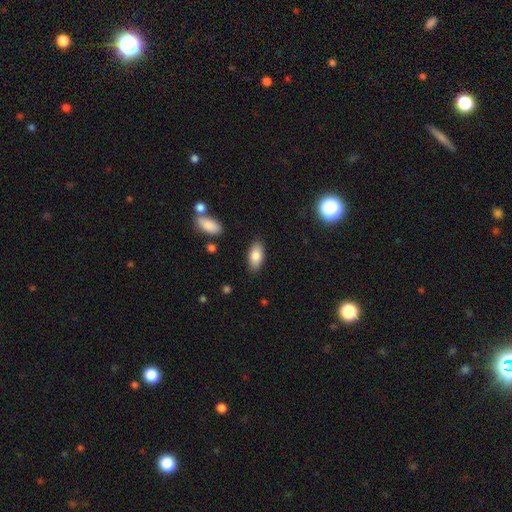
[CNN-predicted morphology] This is clearly a smooth galaxy (83%). How rounded: clearly in between (91%). Merging: clearly none (86%).